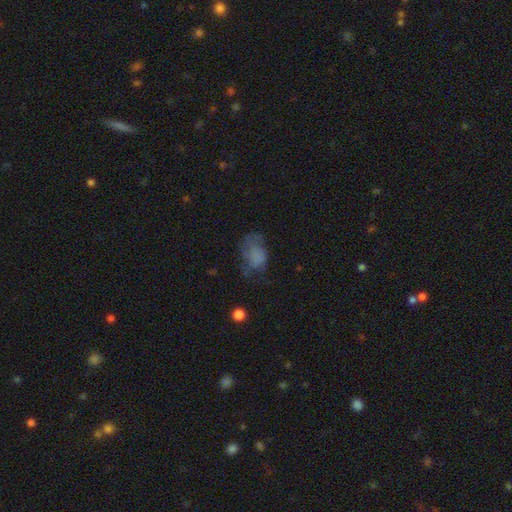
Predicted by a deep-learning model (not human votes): A smooth galaxy with no disk features (61%) that is in between round and cigar-shaped (80%).

Vote fractions:
- Smooth or featured? smooth: 61% / featured or disk: 24% / star or artifact: 14%
- How rounded? in between: 80% / round: 18% / cigar-shaped: 2%
- Merging? none: 36% / major disturbance: 33% / minor disturbance: 28% / merger: 3%